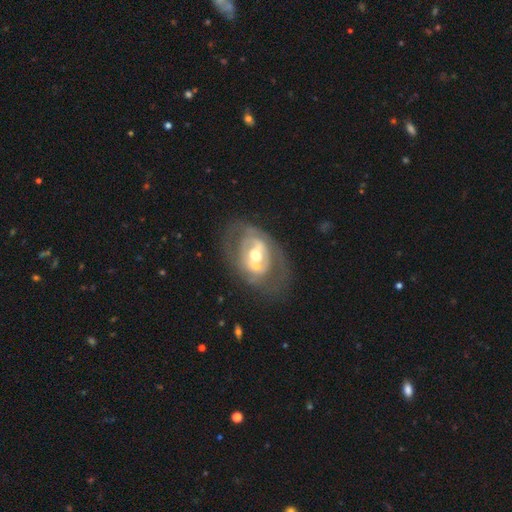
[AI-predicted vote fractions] The model was most divided on "bar": no: 40%, weak: 33%, strong: 27%. More confident: edge-on disk — no (94%); smooth or featured — featured or disk (74%); bulge size — moderate (69%); merging — none (59%); spiral arms — no (54%).